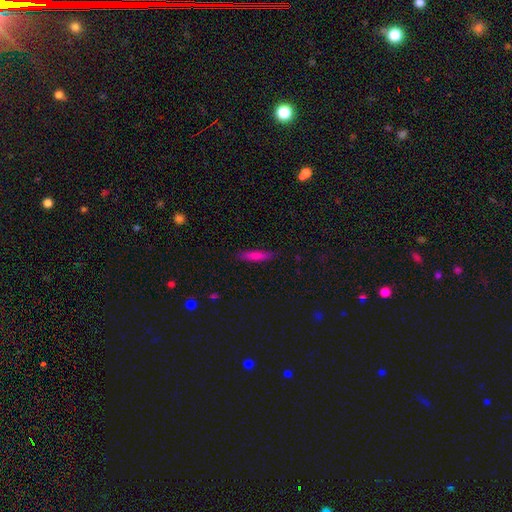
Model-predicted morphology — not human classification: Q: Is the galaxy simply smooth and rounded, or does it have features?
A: smooth — 79%.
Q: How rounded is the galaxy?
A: cigar-shaped — 82%.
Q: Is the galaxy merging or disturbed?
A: none — 86%.